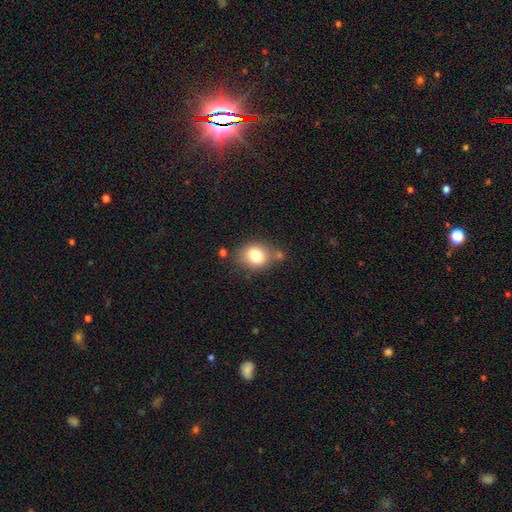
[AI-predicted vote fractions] Smooth or featured? smooth (78%)
How rounded? in between (51%)
Merging? none (66%)